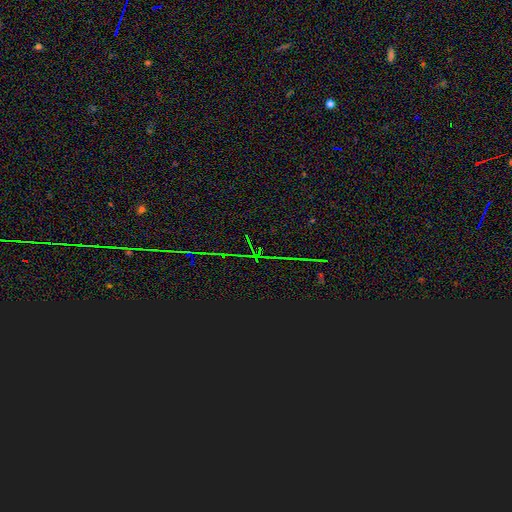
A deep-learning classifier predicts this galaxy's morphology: This is clearly a star or artifact rather than a galaxy (83%).